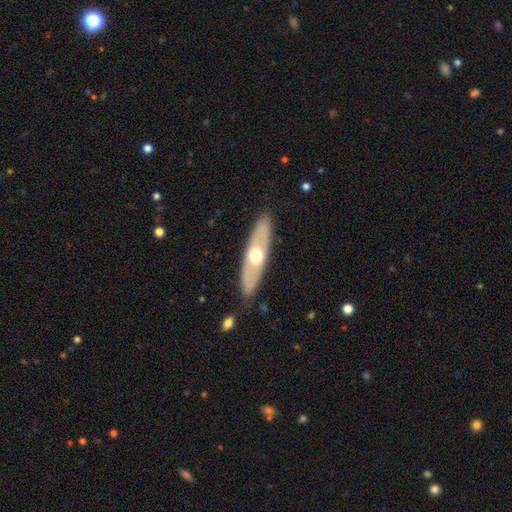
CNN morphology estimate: smooth_or_featured: featured or disk (p=0.49) [alt: smooth p=0.45]
merging: none (p=0.88) [alt: minor disturbance p=0.09]